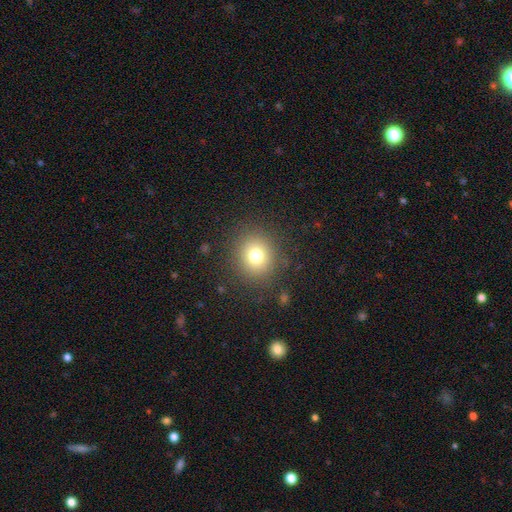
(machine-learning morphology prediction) smooth 76%, star or artifact 14%, featured or disk 10%. Down the decision tree: how rounded — round (85%); merging — none (87%).